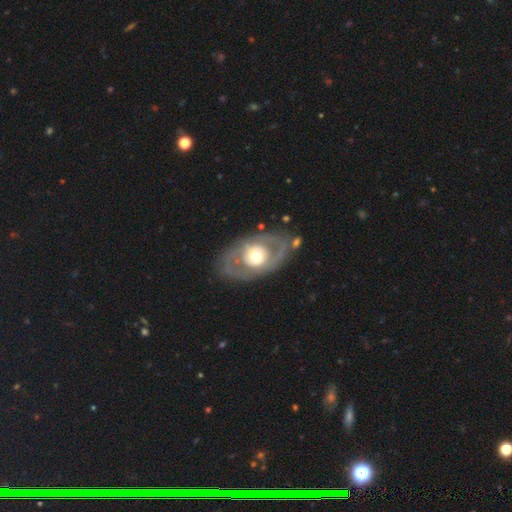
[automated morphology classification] A featured or disk galaxy (64%) with no bar (83%), no spiral arms (74%) and a moderate central bulge (58%).

Vote fractions:
- Smooth or featured? featured or disk: 64% / smooth: 31% / star or artifact: 5%
- Edge-on disk? no: 92% / yes: 8%
- Bar? no: 83% / weak: 12% / strong: 5%
- Spiral arms? no: 74% / yes: 26%
- Bulge size? moderate: 58% / large: 30% / small: 8% / dominant: 3% / none: 1%
- Merging? none: 75% / minor disturbance: 13% / major disturbance: 9% / merger: 3%